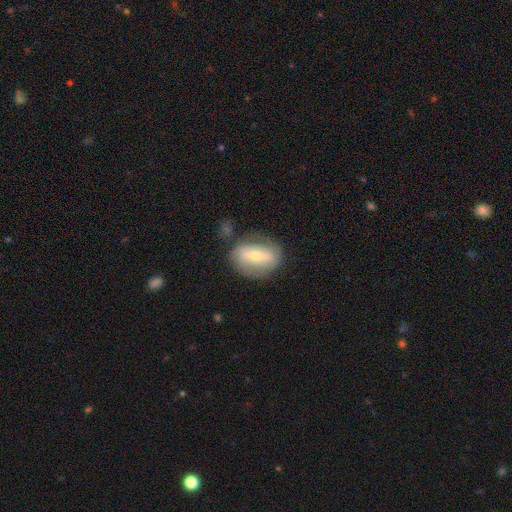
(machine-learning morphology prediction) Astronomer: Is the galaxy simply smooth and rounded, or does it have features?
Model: featured or disk — 57% (runner-up: smooth, 37%).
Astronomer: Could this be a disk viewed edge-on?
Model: no — 90%.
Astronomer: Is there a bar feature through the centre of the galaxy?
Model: strong — 46% (runner-up: weak, 30%).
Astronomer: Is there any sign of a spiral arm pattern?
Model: yes — 55% (runner-up: no, 45%).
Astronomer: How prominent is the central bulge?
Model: moderate — 48% (runner-up: small, 47%).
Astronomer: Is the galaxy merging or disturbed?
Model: none — 66%.